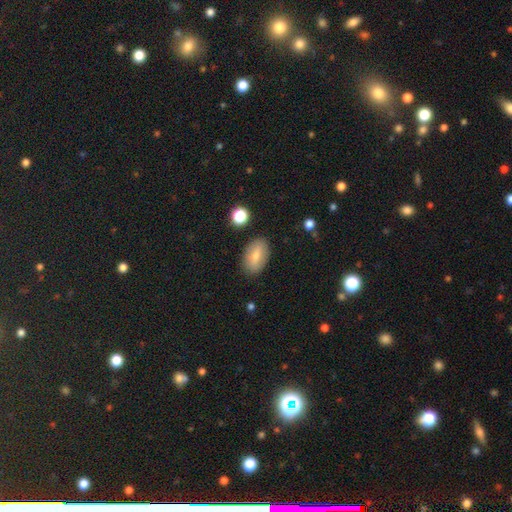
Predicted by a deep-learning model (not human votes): Smooth or featured? smooth (76%)
How rounded? in between (92%)
Merging? none (85%)